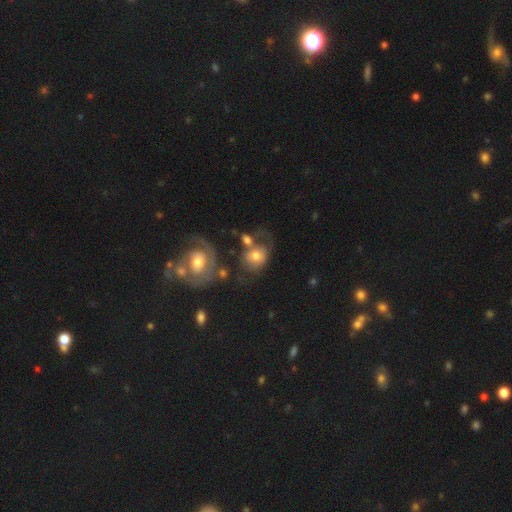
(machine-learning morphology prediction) Smooth or featured? smooth (54%)
How rounded? round (59%)
Merging? none (34%)